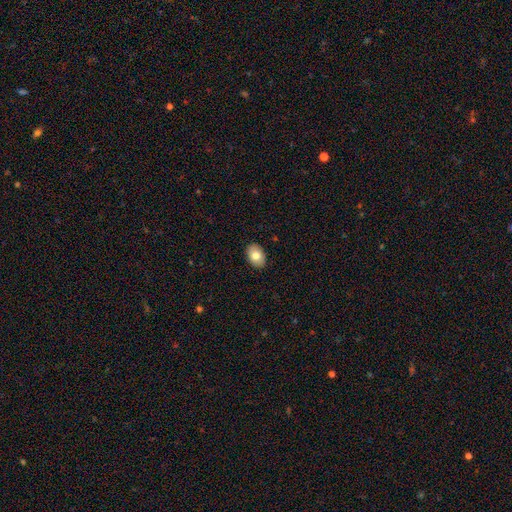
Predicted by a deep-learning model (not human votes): smooth_or_featured: smooth (p=0.78) [alt: featured or disk p=0.15]
how_rounded: in between (p=0.83) [alt: round p=0.16]
merging: none (p=0.90) [alt: minor disturbance p=0.08]